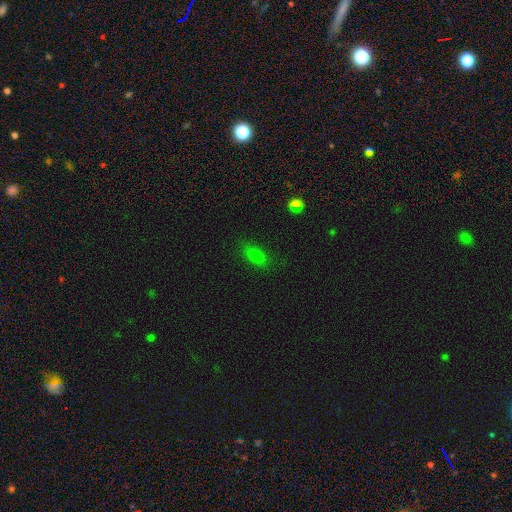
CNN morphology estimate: smooth_or_featured: smooth (p=0.76) [alt: star or artifact p=0.15]
how_rounded: in between (p=0.79) [alt: round p=0.11]
merging: none (p=0.81) [alt: minor disturbance p=0.14]